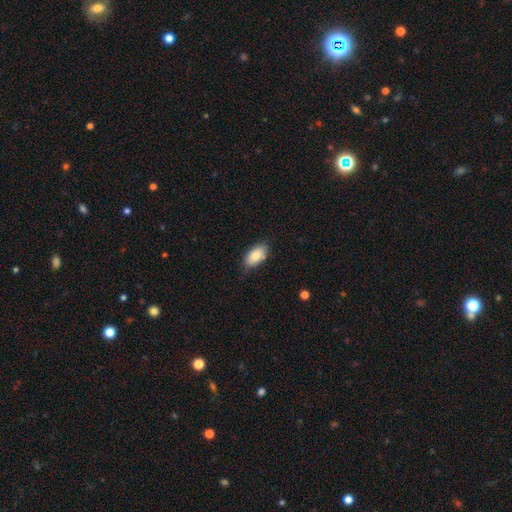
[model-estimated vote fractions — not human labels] This appears to be a smooth galaxy with no disk features (82%) that is in between round and cigar-shaped (93%). Merging: none (76%).